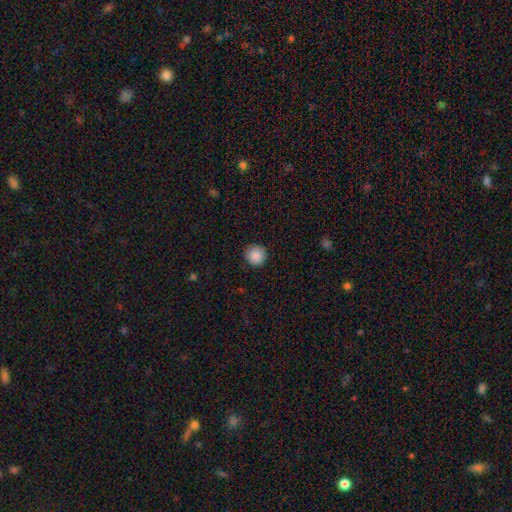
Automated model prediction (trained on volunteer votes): smooth 89%, star or artifact 8%, featured or disk 3%. Down the decision tree: how rounded — round (95%); merging — none (91%).